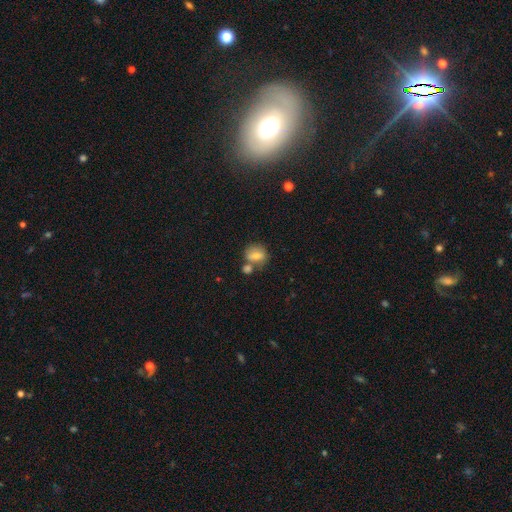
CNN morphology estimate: type=smooth (73%); roundness=round (51%); merging=none (46%).